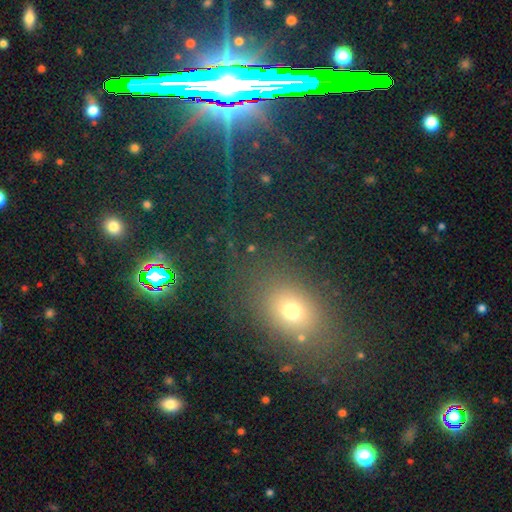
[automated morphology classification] Smooth or featured? smooth (51%)
How rounded? in between (56%)
Merging? none (85%)